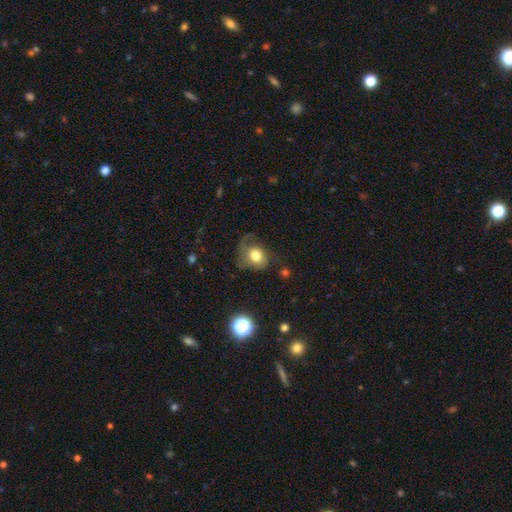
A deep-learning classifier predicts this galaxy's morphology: This appears to be a smooth galaxy with no disk features (60%) that is round (51%). Merging: major disturbance (38%).